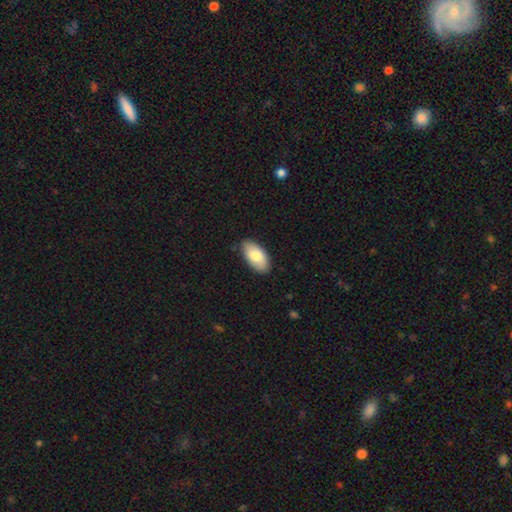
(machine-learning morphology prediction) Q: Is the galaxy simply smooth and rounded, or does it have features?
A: smooth — 80%.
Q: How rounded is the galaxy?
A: in between — 95%.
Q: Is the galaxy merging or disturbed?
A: none — 85%.